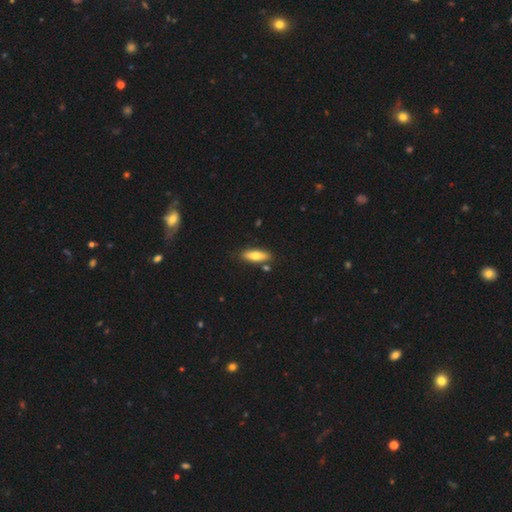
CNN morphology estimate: Smooth or featured?
  - smooth: 72% *
  - featured or disk: 22%
  - star or artifact: 6%
How rounded?
  - in between: 56% *
  - cigar-shaped: 42%
  - round: 2%
Merging?
  - none: 82% *
  - minor disturbance: 11%
  - merger: 5%
  - major disturbance: 2%